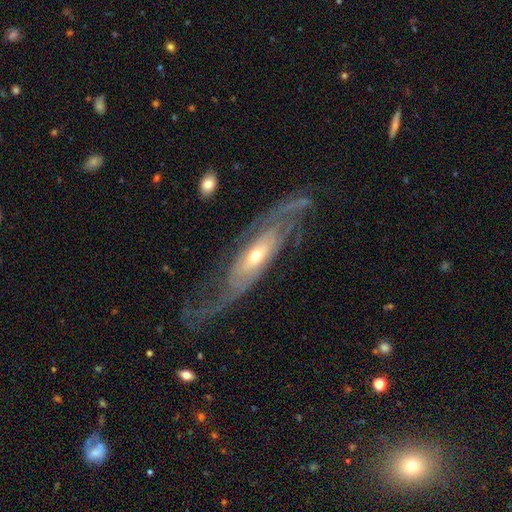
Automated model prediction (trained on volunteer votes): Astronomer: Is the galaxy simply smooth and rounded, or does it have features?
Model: featured or disk — 86%.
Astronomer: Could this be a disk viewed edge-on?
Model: no — 82%.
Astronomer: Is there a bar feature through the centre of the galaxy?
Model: no — 60%.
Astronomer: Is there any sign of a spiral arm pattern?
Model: yes — 92%.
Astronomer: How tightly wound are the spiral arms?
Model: tight — 38% (runner-up: medium, 36%).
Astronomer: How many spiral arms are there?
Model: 2 — 52%.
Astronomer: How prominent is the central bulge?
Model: moderate — 49% (runner-up: small, 45%).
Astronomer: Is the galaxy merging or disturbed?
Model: none — 60%.